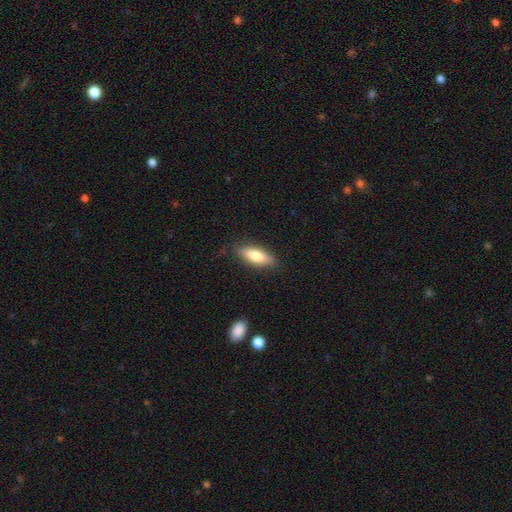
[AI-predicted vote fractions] smooth-or-featured: smooth: 73% | featured or disk: 21% | star or artifact: 6%
  how-rounded: in between: 61% | cigar-shaped: 36% | round: 2%
  merging: none: 84% | minor disturbance: 12% | major disturbance: 3% | merger: 1%